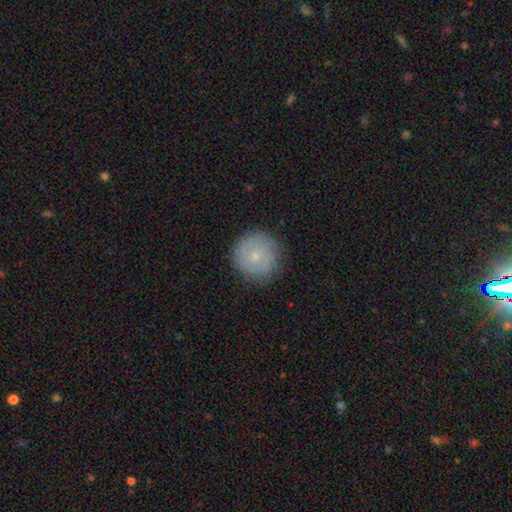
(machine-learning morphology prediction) Overall: smooth (52%; featured or disk 40%). How rounded: round (95%). Merging: none (85%).